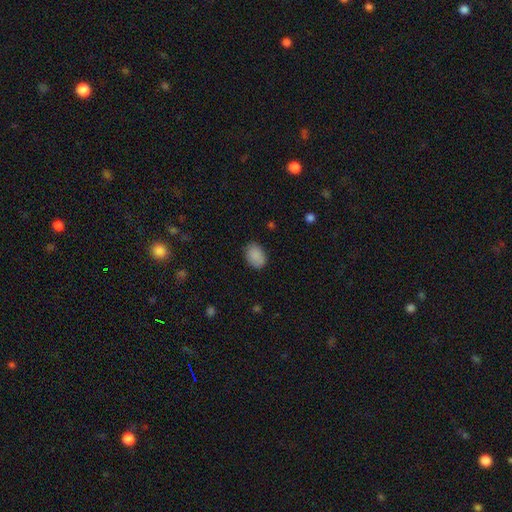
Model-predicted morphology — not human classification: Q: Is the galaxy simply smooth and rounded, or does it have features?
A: smooth — 88%.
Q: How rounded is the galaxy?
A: in between — 76%.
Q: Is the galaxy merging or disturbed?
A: none — 82%.